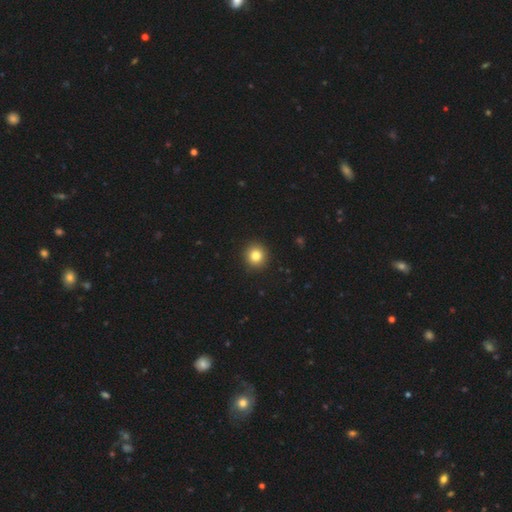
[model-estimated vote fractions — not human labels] Q: Smooth or featured?
A: smooth (82%); runner-up: star or artifact (11%)
Q: How rounded?
A: round (93%); runner-up: in between (6%)
Q: Merging?
A: none (93%); runner-up: minor disturbance (4%)